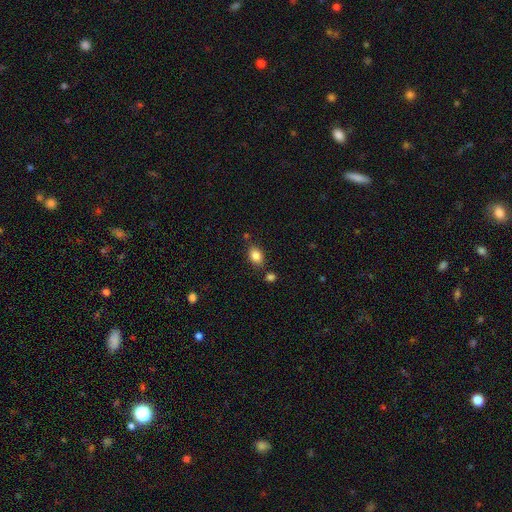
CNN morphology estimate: smooth 84%, star or artifact 9%, featured or disk 7%. Down the decision tree: how rounded — in between (79%); merging — none (75%).